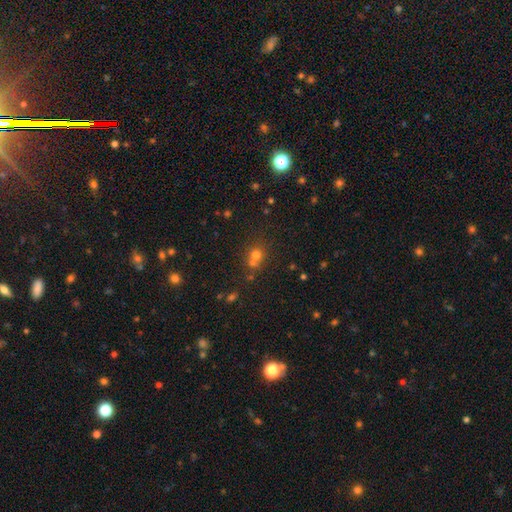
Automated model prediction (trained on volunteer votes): smooth 63%, star or artifact 26%, featured or disk 12%. Down the decision tree: how rounded — round (85%); merging — none (50%).